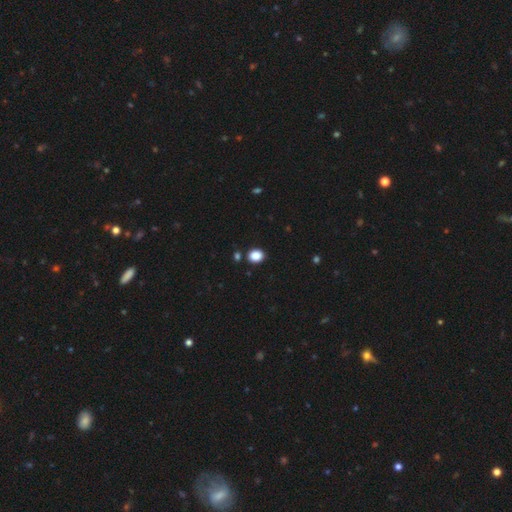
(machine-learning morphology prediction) smooth 87%, star or artifact 10%, featured or disk 3%. Down the decision tree: how rounded — round (52%); merging — none (87%).